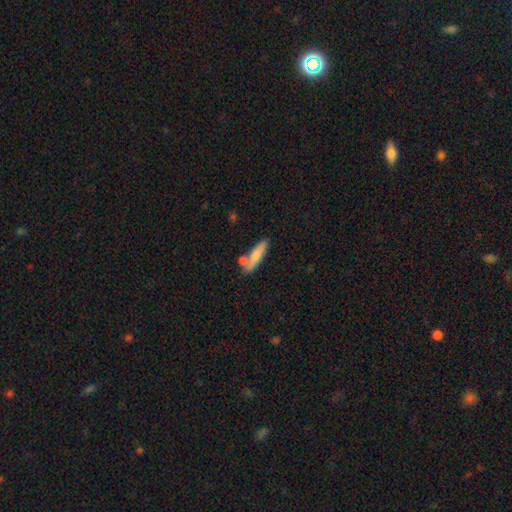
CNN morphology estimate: This appears to be a smooth galaxy with no disk features (75%) that is cigar-shaped (71%). Merging: none (64%).